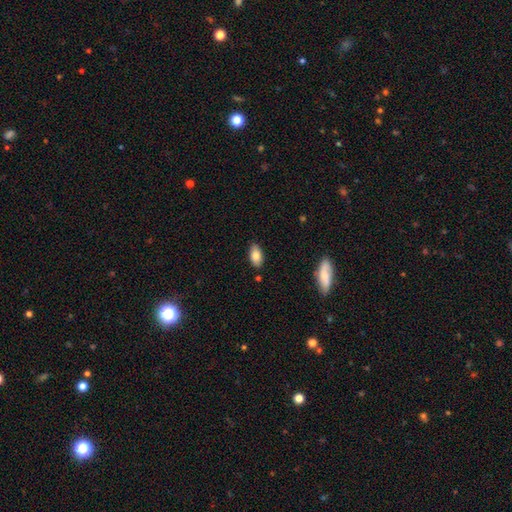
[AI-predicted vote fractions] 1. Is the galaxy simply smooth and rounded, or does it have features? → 81% smooth, 12% featured or disk, 7% star or artifact.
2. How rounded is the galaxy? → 92% in between, 5% cigar-shaped, 3% round.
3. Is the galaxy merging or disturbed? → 86% none, 11% minor disturbance, 2% major disturbance, 2% merger.